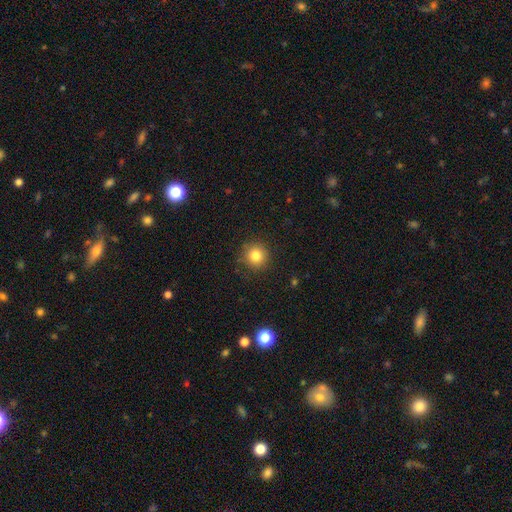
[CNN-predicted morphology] smooth_or_featured: smooth (p=0.82) [alt: star or artifact p=0.12]
how_rounded: round (p=0.94) [alt: in between p=0.05]
merging: none (p=0.89) [alt: minor disturbance p=0.07]